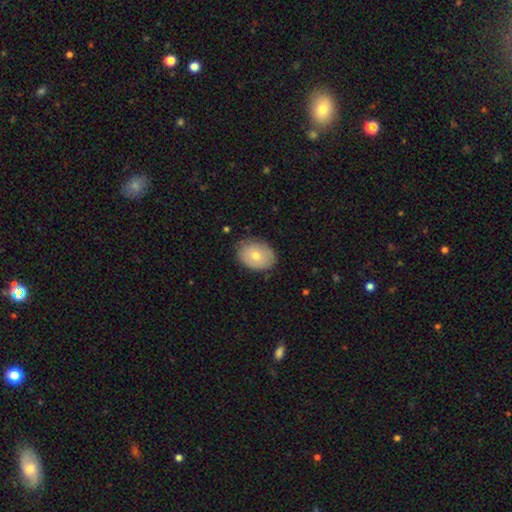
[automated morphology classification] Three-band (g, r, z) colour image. It shows a smooth galaxy with no disk features (69%) that is in between round and cigar-shaped (75%). Merging: none (83%).